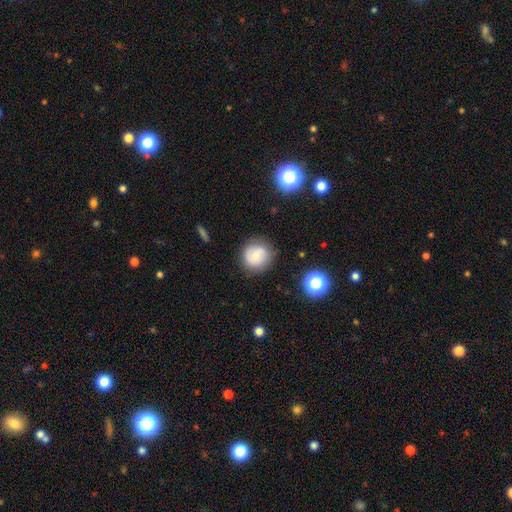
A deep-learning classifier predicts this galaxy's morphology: Q: Smooth or featured?
A: smooth (59%); runner-up: featured or disk (31%)
Q: How rounded?
A: round (89%); runner-up: in between (10%)
Q: Merging?
A: none (80%); runner-up: minor disturbance (14%)